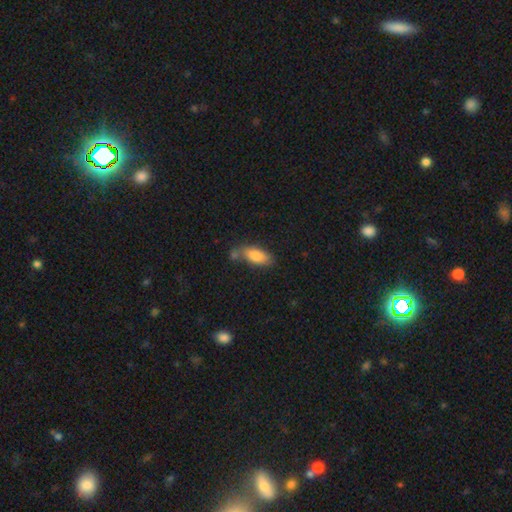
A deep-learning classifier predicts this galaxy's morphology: smooth_or_featured: smooth (p=0.82) [alt: featured or disk p=0.12]
how_rounded: in between (p=0.82) [alt: cigar-shaped p=0.16]
merging: none (p=0.56) [alt: minor disturbance p=0.20]